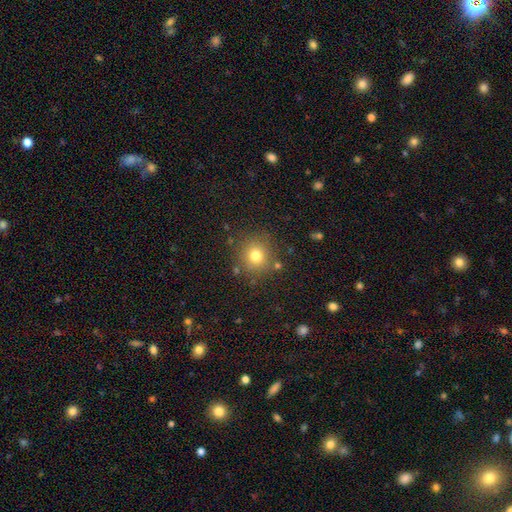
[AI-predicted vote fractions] This is likely a smooth galaxy (76%). How rounded: clearly round (87%). Merging: clearly none (82%).